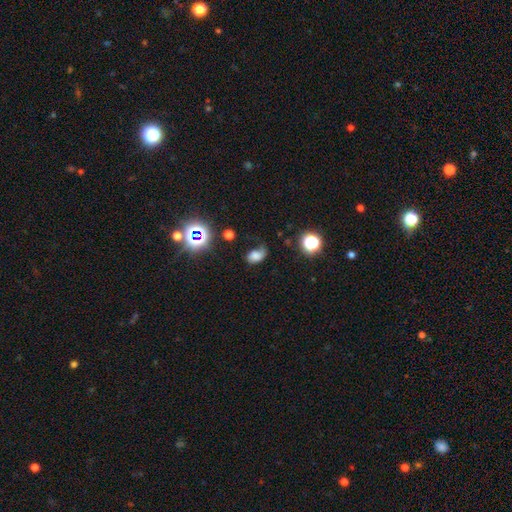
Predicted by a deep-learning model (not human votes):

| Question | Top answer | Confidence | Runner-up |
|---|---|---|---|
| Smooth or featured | smooth | 65% | featured or disk (18%) |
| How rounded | in between | 77% | round (21%) |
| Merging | none | 38% | minor disturbance (33%) |